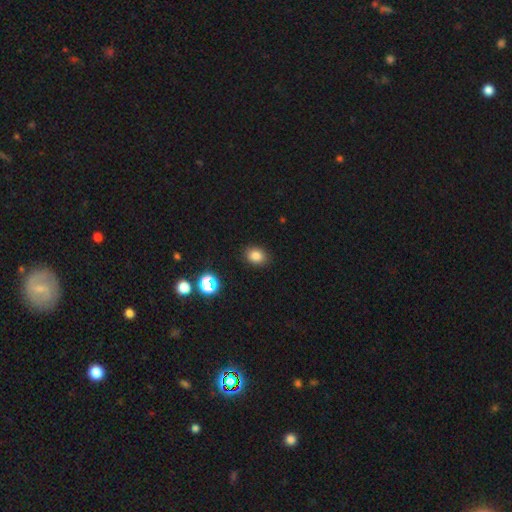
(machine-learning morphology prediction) This is clearly a smooth galaxy (82%). How rounded: possibly in between (53%). Merging: clearly none (88%).